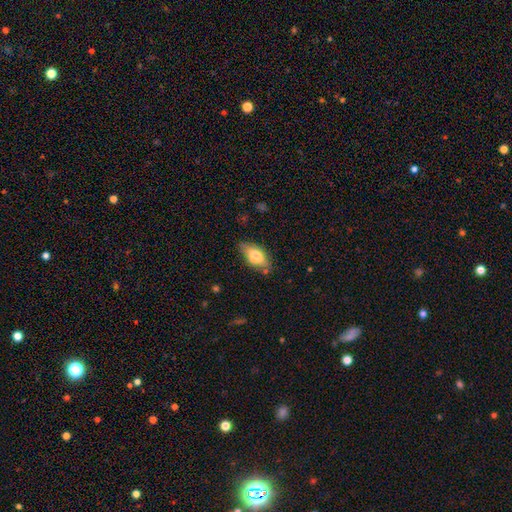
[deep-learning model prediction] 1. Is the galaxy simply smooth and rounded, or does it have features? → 69% smooth, 23% featured or disk, 7% star or artifact.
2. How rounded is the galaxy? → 86% in between, 10% cigar-shaped, 4% round.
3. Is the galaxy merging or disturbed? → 70% none, 22% minor disturbance, 5% major disturbance, 3% merger.